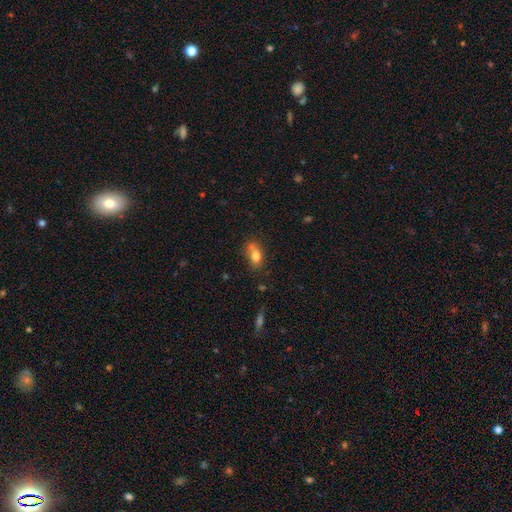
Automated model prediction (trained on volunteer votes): Smooth or featured? smooth (76%)
How rounded? in between (76%)
Merging? none (46%)